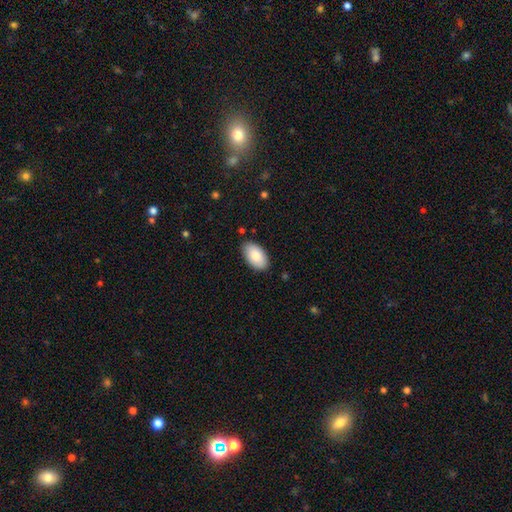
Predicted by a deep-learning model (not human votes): Q: Smooth or featured?
A: smooth (84%); runner-up: featured or disk (10%)
Q: How rounded?
A: in between (95%); runner-up: round (3%)
Q: Merging?
A: none (85%); runner-up: minor disturbance (11%)